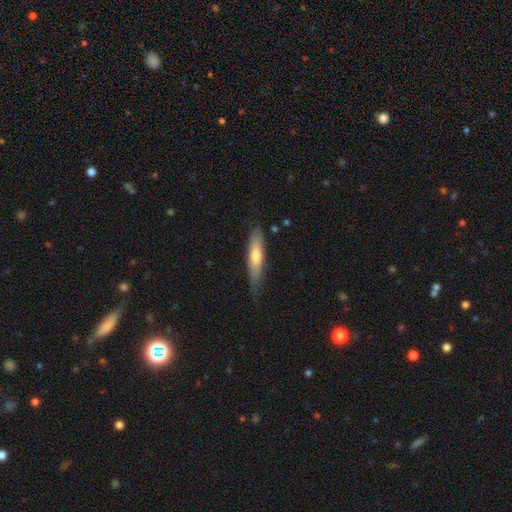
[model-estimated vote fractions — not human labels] The model was most divided on "smooth or featured": smooth: 61%, featured or disk: 33%, star or artifact: 6%. More confident: how rounded — cigar-shaped (82%); merging — none (74%).